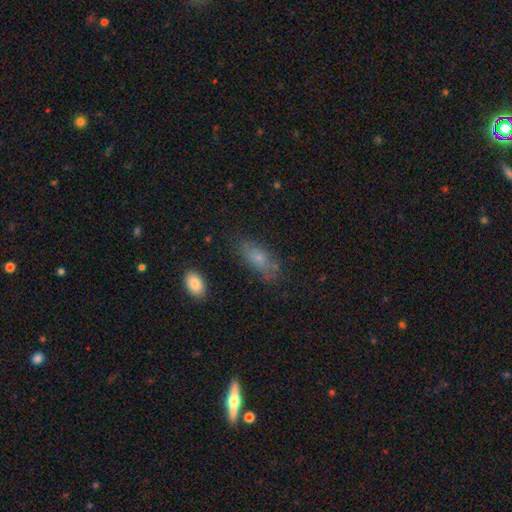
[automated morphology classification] smooth-or-featured: smooth: 72% | featured or disk: 18% | star or artifact: 10%
  how-rounded: in between: 77% | cigar-shaped: 19% | round: 4%
  merging: none: 67% | minor disturbance: 21% | major disturbance: 8% | merger: 4%